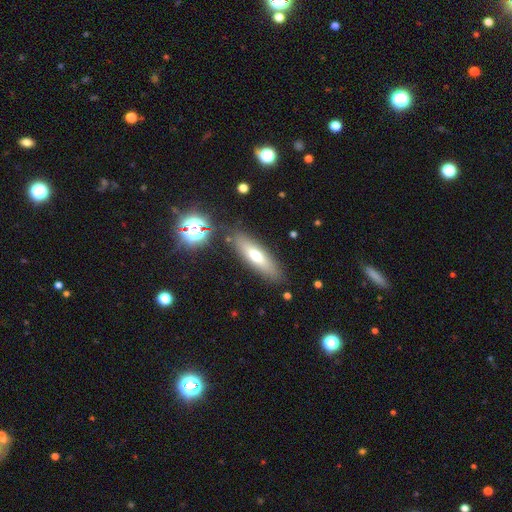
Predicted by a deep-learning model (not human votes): Smooth or featured?
  - smooth: 62% *
  - featured or disk: 29%
  - star or artifact: 9%
How rounded?
  - cigar-shaped: 57% *
  - in between: 40%
  - round: 2%
Merging?
  - none: 84% *
  - minor disturbance: 10%
  - merger: 3%
  - major disturbance: 3%